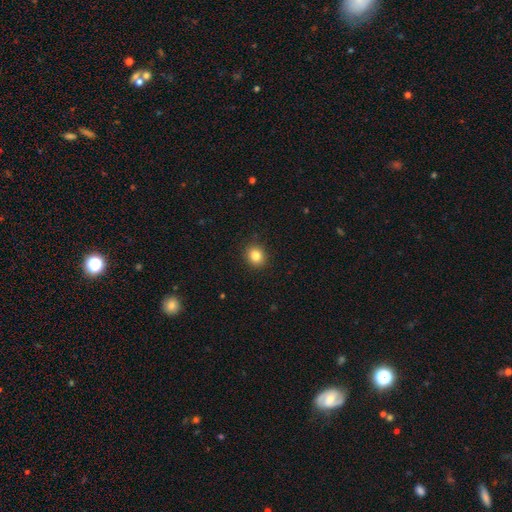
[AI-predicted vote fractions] This appears to be a smooth galaxy with no disk features (83%) that is round (78%). Merging: none (91%).